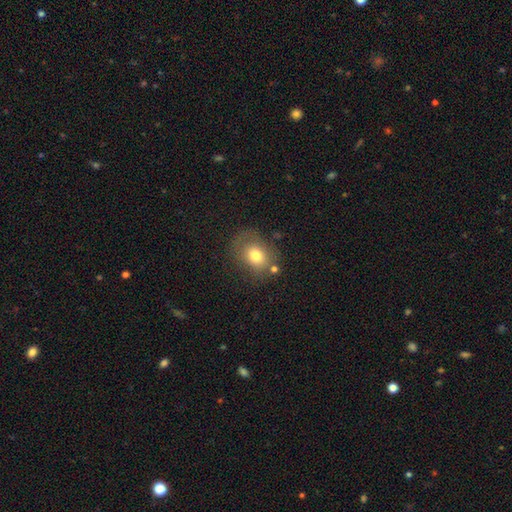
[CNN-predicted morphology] Smooth or featured? smooth (74%)
How rounded? in between (54%)
Merging? none (63%)